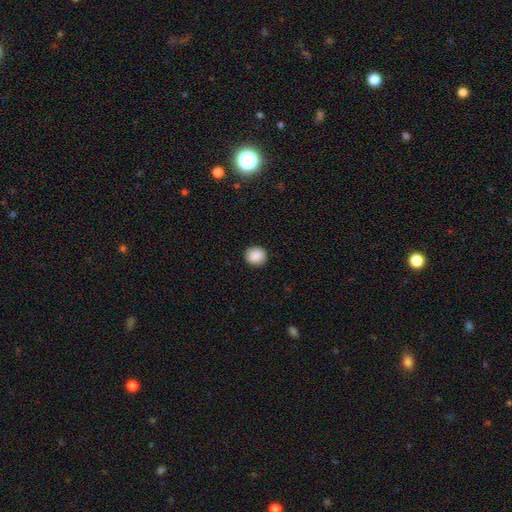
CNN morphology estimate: Overall: smooth (89%). How rounded: round (85%). Merging: none (91%).